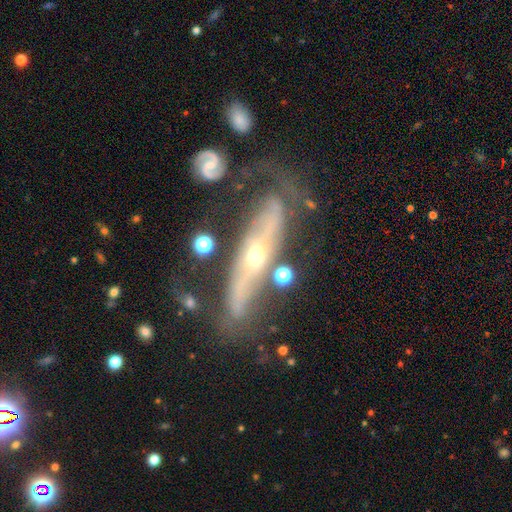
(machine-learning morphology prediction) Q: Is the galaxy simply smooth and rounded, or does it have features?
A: featured or disk — 80%.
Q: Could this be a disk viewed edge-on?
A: no — 61%.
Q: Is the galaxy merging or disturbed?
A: none — 53%.